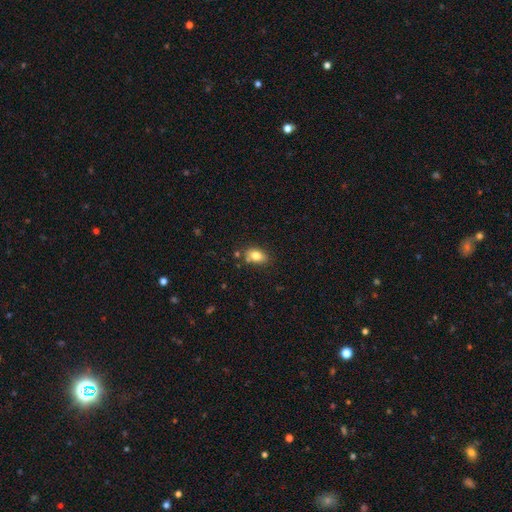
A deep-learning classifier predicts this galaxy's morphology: Smooth or featured? Predicted: smooth (p=0.81). How rounded? Predicted: in between (p=0.85). Merging? Predicted: none (p=0.75).